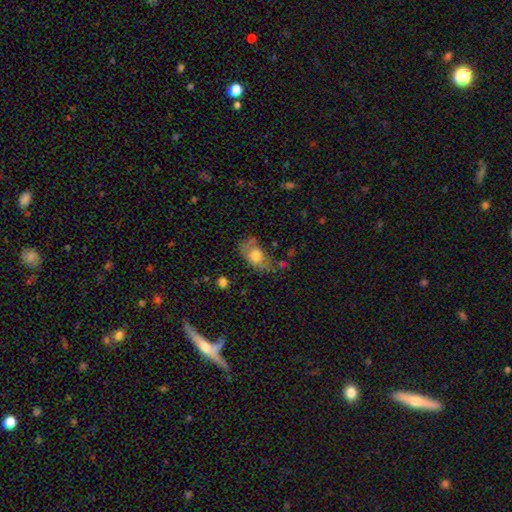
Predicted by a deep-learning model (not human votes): smooth_or_featured: smooth (p=0.68) [alt: featured or disk p=0.25]
how_rounded: in between (p=0.86) [alt: round p=0.11]
merging: none (p=0.52) [alt: minor disturbance p=0.30]